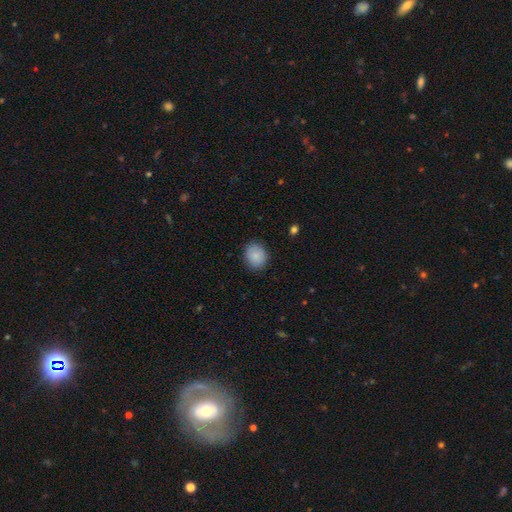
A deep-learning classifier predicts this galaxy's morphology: Smooth or featured: smooth — 84% (featured or disk — 8%)
How rounded: round — 62% (in between — 37%)
Merging: none — 85% (minor disturbance — 11%)